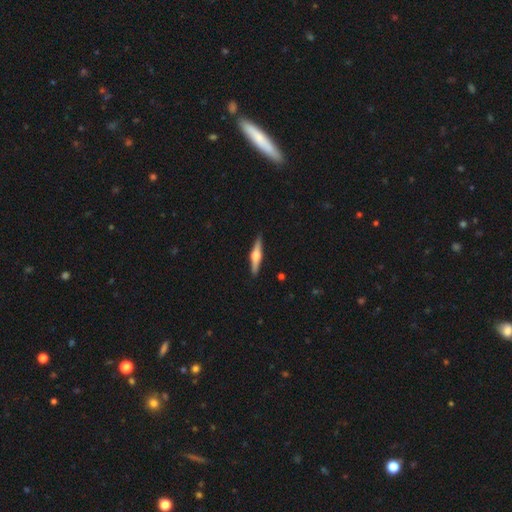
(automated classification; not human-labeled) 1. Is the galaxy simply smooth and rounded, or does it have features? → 71% featured or disk, 24% smooth, 5% star or artifact.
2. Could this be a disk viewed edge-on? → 97% yes, 3% no.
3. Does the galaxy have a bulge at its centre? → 94% rounded, 4% boxy, 2% none.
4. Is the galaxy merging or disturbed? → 90% none, 7% minor disturbance, 1% major disturbance, 1% merger.